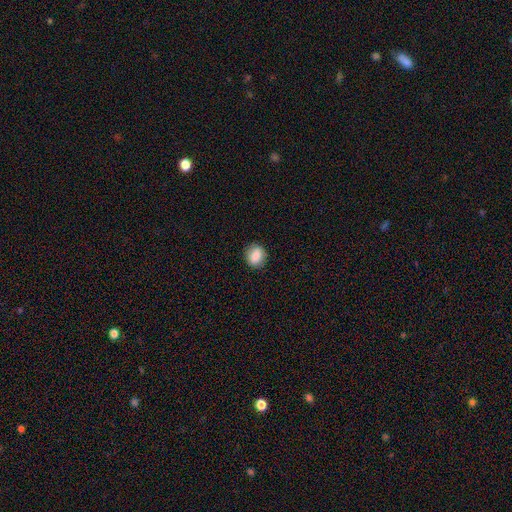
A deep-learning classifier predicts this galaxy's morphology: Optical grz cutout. It shows a smooth galaxy with no disk features (85%) that is round (59%). Merging: none (85%).